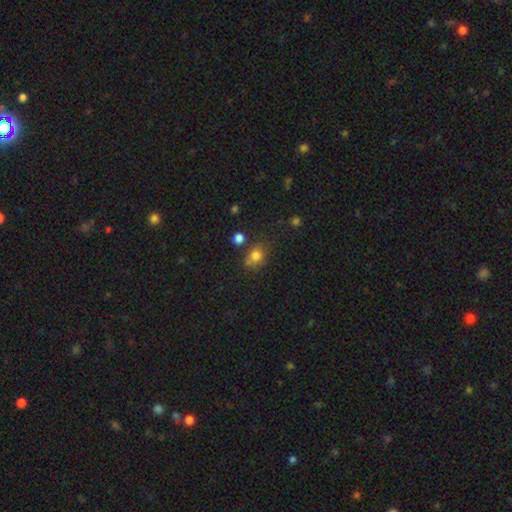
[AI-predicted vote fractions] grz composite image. It shows a smooth galaxy with no disk features (78%) that is round (59%). Merging: none (61%).